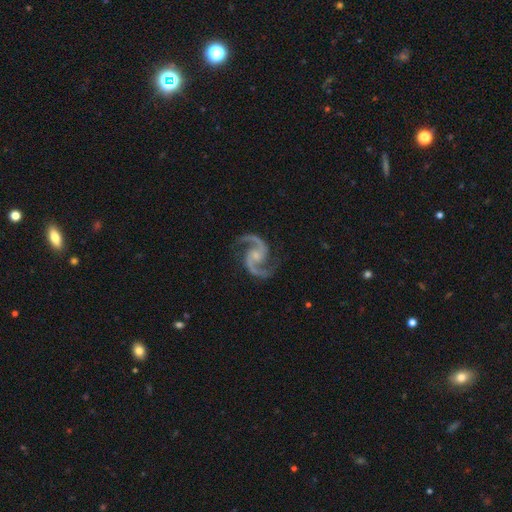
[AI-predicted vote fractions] featured or disk 95%, star or artifact 3%, smooth 2%. Down the decision tree: edge-on disk — no (98%); bar — no (58%); spiral arms — yes (99%); spiral arm count — 2 (95%); spiral winding — medium (66%); bulge size — small (54%); merging — none (82%).